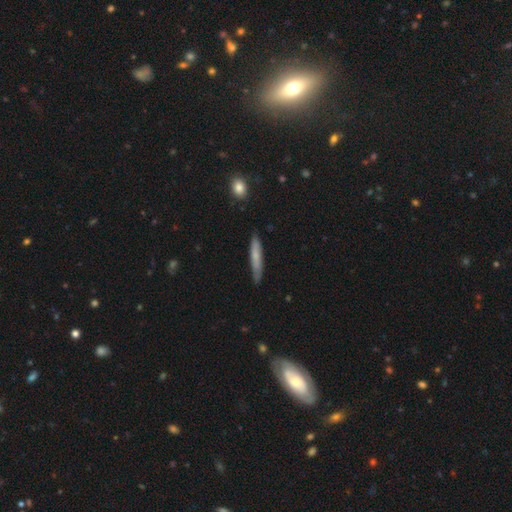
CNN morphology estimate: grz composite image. It shows a smooth galaxy with no disk features (66%) that is cigar-shaped (92%). Merging: none (82%).